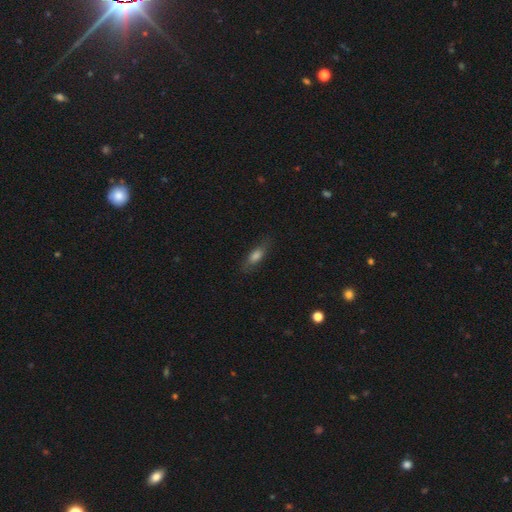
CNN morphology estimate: smooth-or-featured: smooth: 63% | featured or disk: 27% | star or artifact: 11%
  how-rounded: in between: 57% | cigar-shaped: 39% | round: 4%
  merging: none: 78% | minor disturbance: 16% | major disturbance: 5% | merger: 1%